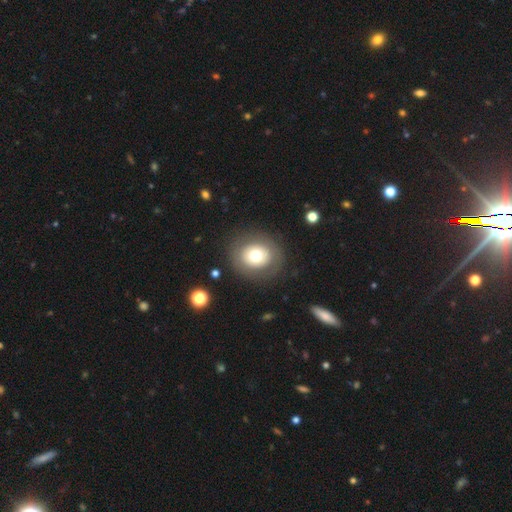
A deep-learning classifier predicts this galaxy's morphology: smooth-or-featured: smooth: 63% | featured or disk: 28% | star or artifact: 9%
  how-rounded: round: 79% | in between: 20% | cigar-shaped: 1%
  merging: none: 85% | minor disturbance: 9% | major disturbance: 5% | merger: 1%